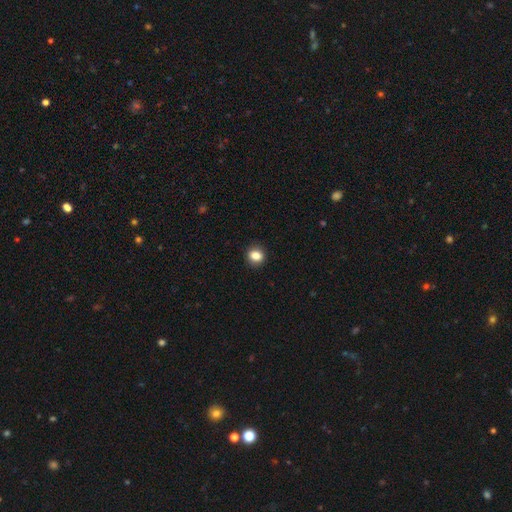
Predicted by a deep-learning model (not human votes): smooth 85%, star or artifact 10%, featured or disk 5%. Down the decision tree: how rounded — round (69%); merging — none (89%).